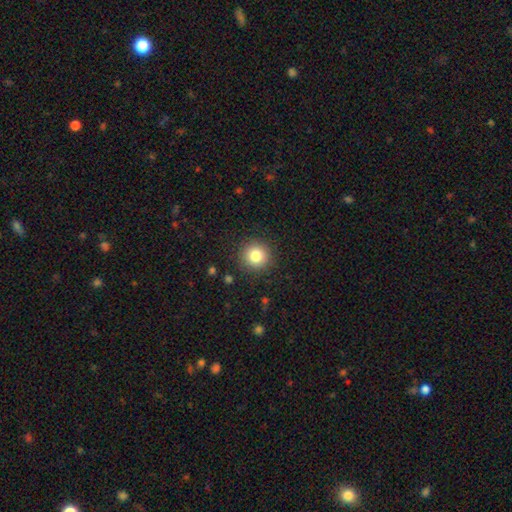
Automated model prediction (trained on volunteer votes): Smooth or featured? Predicted: smooth (p=0.82). How rounded? Predicted: round (p=0.95). Merging? Predicted: none (p=0.91).